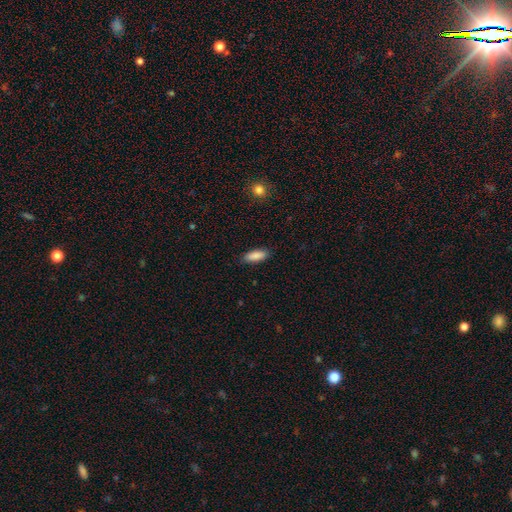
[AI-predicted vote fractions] A smooth galaxy with no disk features (88%) that is in between round and cigar-shaped (72%).

Vote fractions:
- Smooth or featured? smooth: 88% / star or artifact: 6% / featured or disk: 6%
- How rounded? in between: 72% / cigar-shaped: 26% / round: 2%
- Merging? none: 88% / minor disturbance: 9% / major disturbance: 2% / merger: 1%